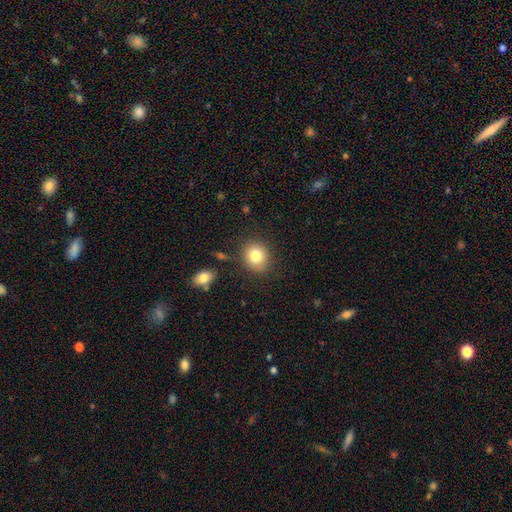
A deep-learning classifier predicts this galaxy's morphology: Q: Smooth or featured?
A: smooth (81%); runner-up: featured or disk (10%)
Q: How rounded?
A: round (75%); runner-up: in between (24%)
Q: Merging?
A: none (85%); runner-up: minor disturbance (10%)